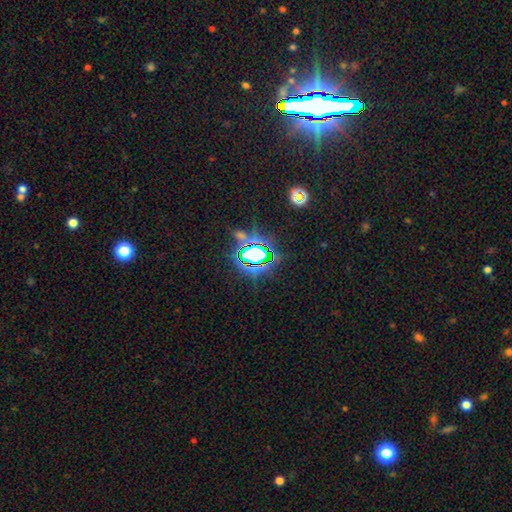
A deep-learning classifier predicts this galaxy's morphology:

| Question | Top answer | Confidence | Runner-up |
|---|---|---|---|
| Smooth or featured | star or artifact | 67% | smooth (21%) |